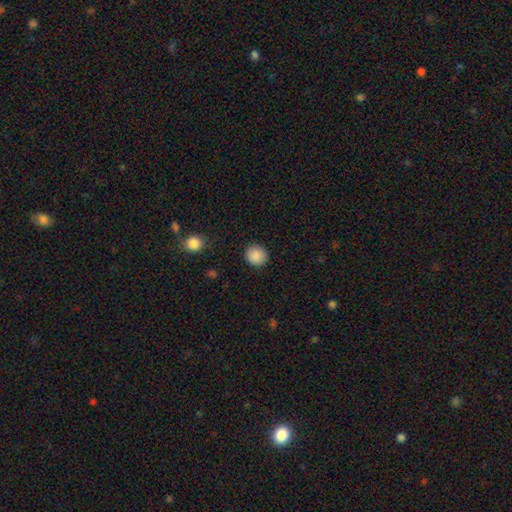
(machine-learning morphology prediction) The model was most divided on "how rounded": round: 89%, in between: 10%, cigar-shaped: 1%. More confident: merging — none (90%); smooth or featured — smooth (88%).